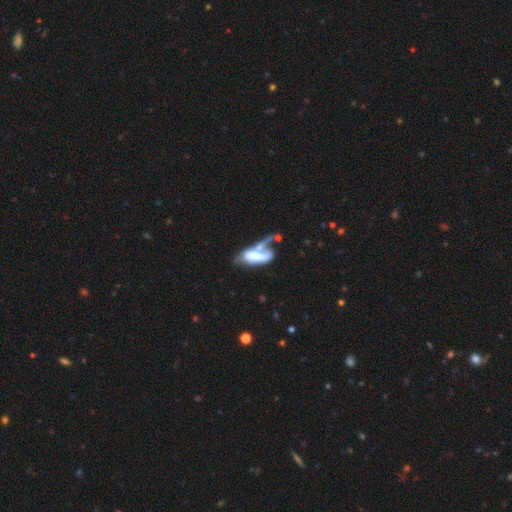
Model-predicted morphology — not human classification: This appears to be a featured or disk galaxy (49%). Merging: merger (39%).